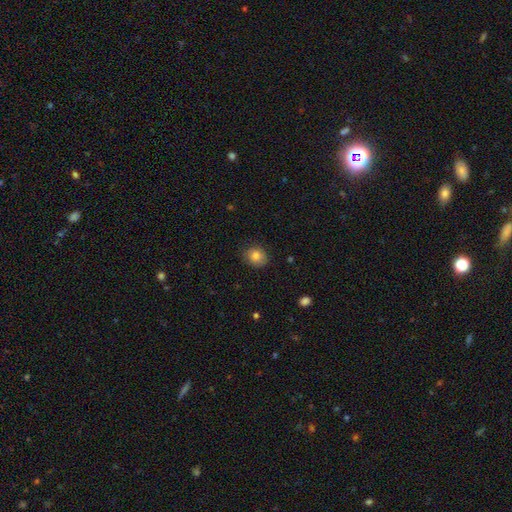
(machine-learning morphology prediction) This appears to be a smooth galaxy with no disk features (81%) that is round (66%). Merging: none (82%).